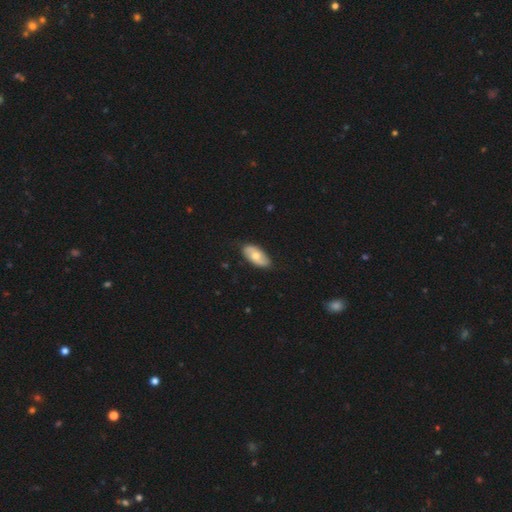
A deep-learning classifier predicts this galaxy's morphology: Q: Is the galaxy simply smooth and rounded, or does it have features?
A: smooth — 54%.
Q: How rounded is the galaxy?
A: in between — 92%.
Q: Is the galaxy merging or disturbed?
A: none — 82%.